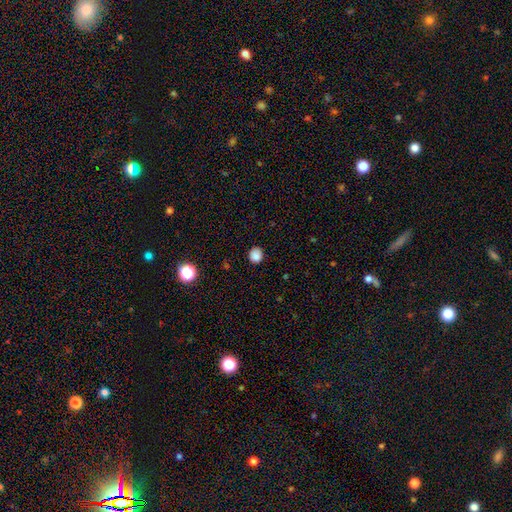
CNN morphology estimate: A smooth galaxy with no disk features (85%) that is round (82%).

Vote fractions:
- Smooth or featured? smooth: 85% / star or artifact: 12% / featured or disk: 4%
- How rounded? round: 82% / in between: 17% / cigar-shaped: 1%
- Merging? none: 87% / minor disturbance: 10% / major disturbance: 2% / merger: 1%